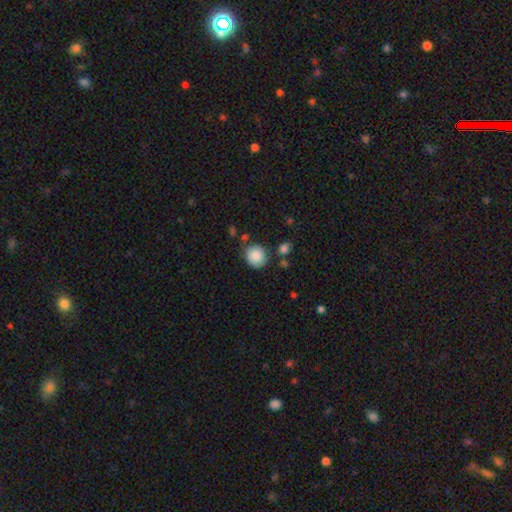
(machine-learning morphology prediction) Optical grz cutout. It shows a smooth galaxy with no disk features (85%) that is round (84%). Merging: none (76%).